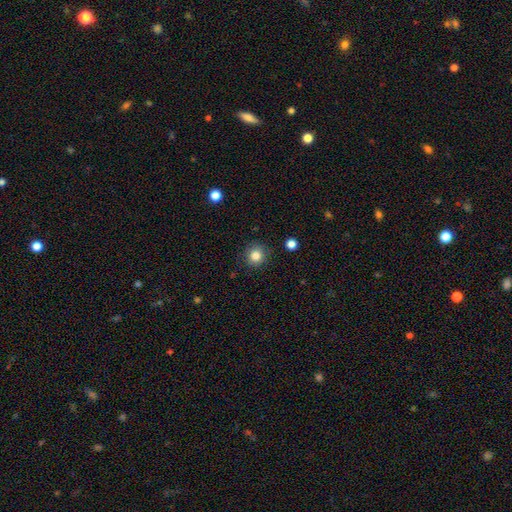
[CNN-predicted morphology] Smooth or featured?
  - smooth: 83% *
  - star or artifact: 11%
  - featured or disk: 6%
How rounded?
  - round: 90% *
  - in between: 9%
  - cigar-shaped: 1%
Merging?
  - none: 87% *
  - minor disturbance: 9%
  - major disturbance: 3%
  - merger: 1%